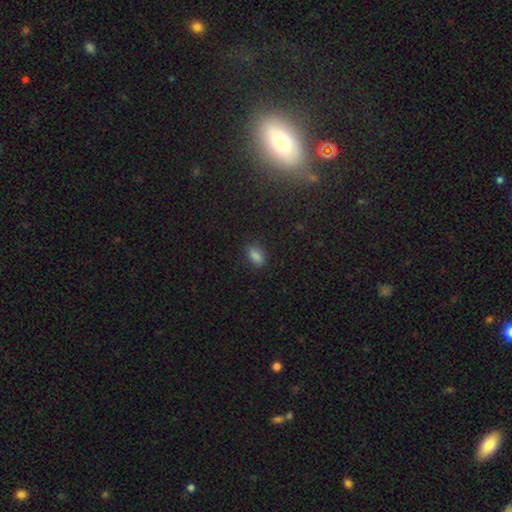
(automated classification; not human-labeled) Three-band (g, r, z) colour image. It shows a smooth galaxy with no disk features (83%) that is in between round and cigar-shaped (88%). Merging: none (84%).